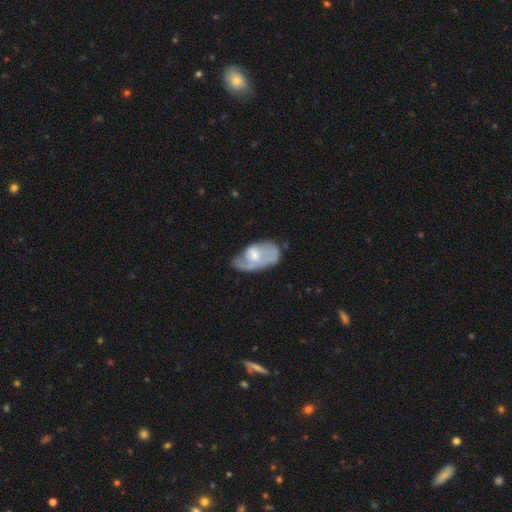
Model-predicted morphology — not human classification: featured or disk 58%, smooth 36%, star or artifact 6%. Down the decision tree: edge-on disk — no (95%); bar — no (59%); spiral arms — yes (65%); bulge size — moderate (43%); merging — none (41%).